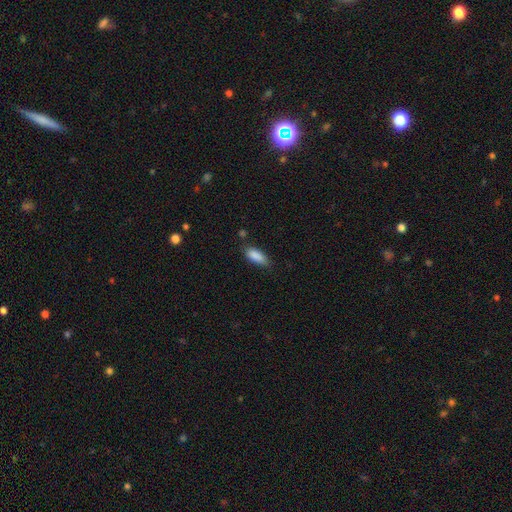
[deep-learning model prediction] The model was most divided on "how rounded": in between: 75%, cigar-shaped: 23%, round: 2%. More confident: smooth or featured — smooth (88%); merging — none (73%).